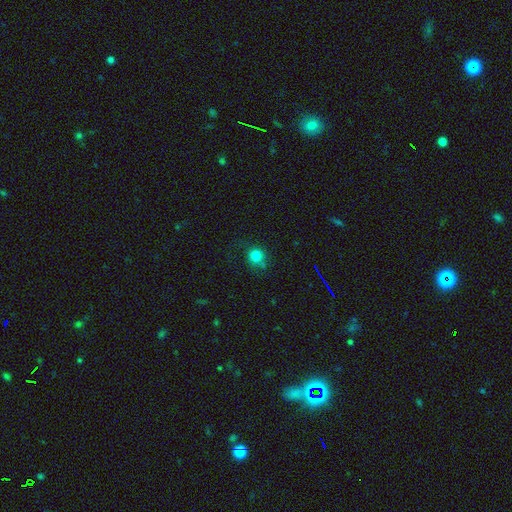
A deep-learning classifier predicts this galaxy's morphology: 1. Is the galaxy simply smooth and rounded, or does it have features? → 80% smooth, 13% star or artifact, 6% featured or disk.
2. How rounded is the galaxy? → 89% round, 10% in between, 1% cigar-shaped.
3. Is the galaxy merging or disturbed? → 69% none, 20% minor disturbance, 8% major disturbance, 3% merger.